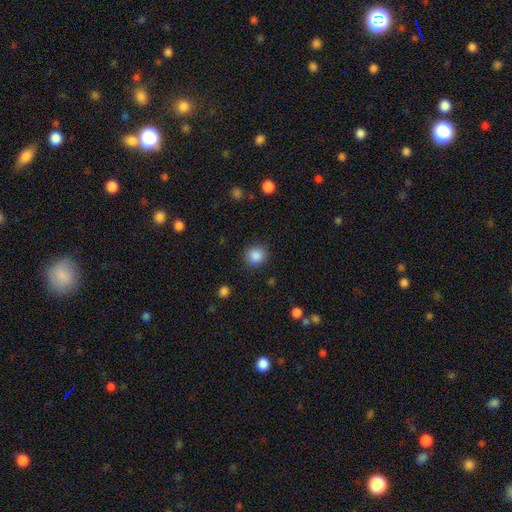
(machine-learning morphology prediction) smooth-or-featured: smooth: 88% | star or artifact: 9% | featured or disk: 3%
  how-rounded: round: 88% | in between: 11% | cigar-shaped: 1%
  merging: none: 89% | minor disturbance: 7% | major disturbance: 3% | merger: 1%